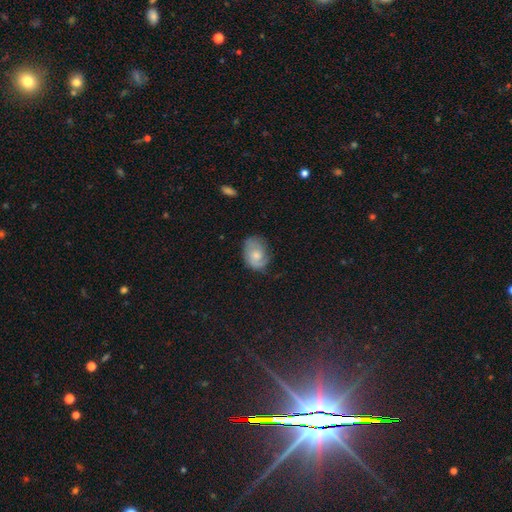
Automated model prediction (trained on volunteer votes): This is possibly a featured or disk galaxy (49%). Merging: likely none (64%).